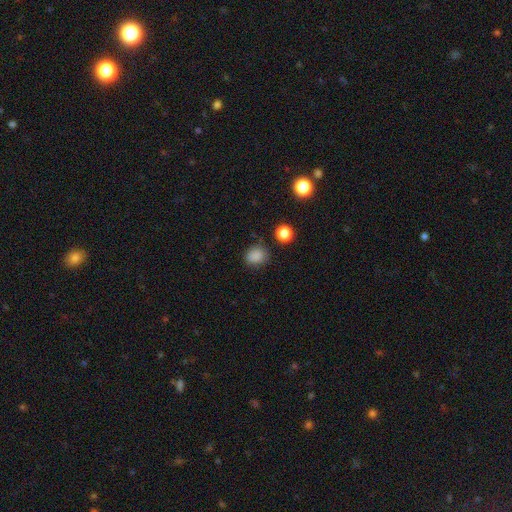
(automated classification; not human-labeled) Q: Smooth or featured?
A: smooth (84%); runner-up: star or artifact (13%)
Q: How rounded?
A: round (67%); runner-up: in between (32%)
Q: Merging?
A: none (79%); runner-up: minor disturbance (14%)